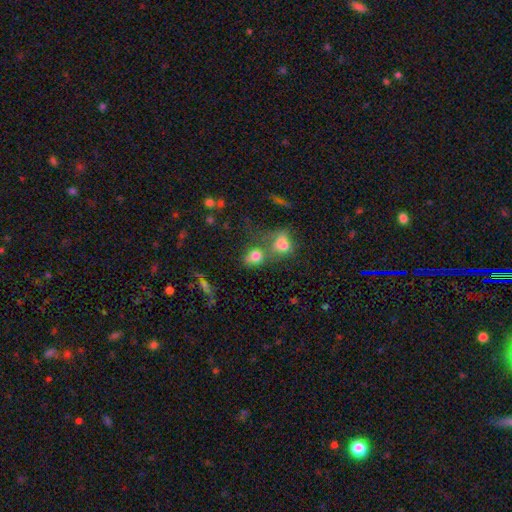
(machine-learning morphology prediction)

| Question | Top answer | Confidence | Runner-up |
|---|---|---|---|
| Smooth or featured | smooth | 74% | star or artifact (14%) |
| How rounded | round | 54% | in between (44%) |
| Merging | merger | 45% | none (35%) |